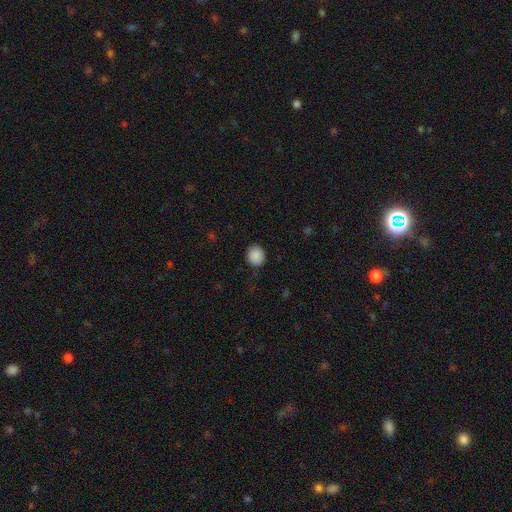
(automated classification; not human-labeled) Smooth or featured?
  - smooth: 89% *
  - star or artifact: 8%
  - featured or disk: 3%
How rounded?
  - round: 74% *
  - in between: 26%
  - cigar-shaped: 1%
Merging?
  - none: 87% *
  - minor disturbance: 9%
  - major disturbance: 3%
  - merger: 1%